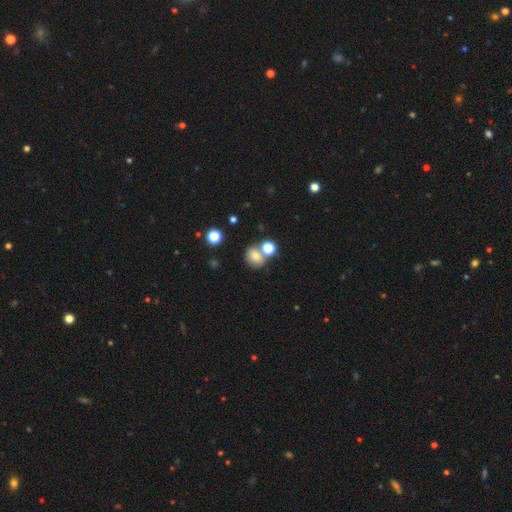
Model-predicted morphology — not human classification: The model was most divided on "merging": none: 56%, merger: 30%, minor disturbance: 10%, major disturbance: 4%. More confident: how rounded — round (74%); smooth or featured — smooth (71%).